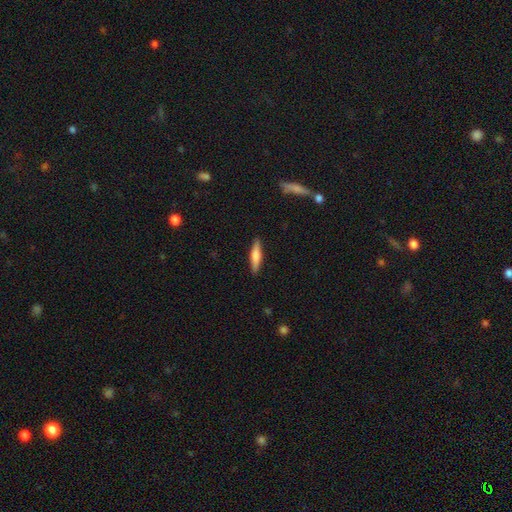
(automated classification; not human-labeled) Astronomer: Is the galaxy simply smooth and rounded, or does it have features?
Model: smooth — 60%.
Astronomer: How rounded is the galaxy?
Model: cigar-shaped — 82%.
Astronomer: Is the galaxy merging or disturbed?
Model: none — 90%.